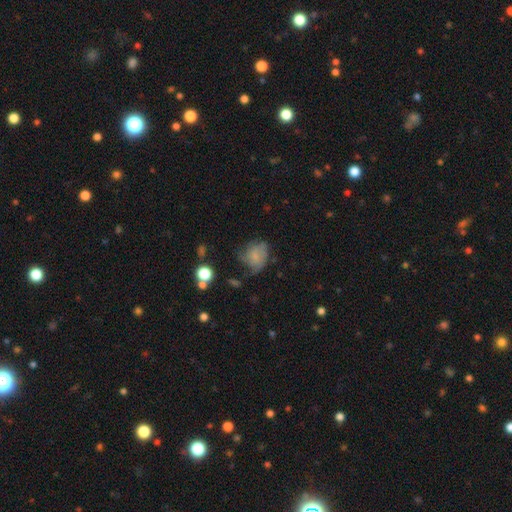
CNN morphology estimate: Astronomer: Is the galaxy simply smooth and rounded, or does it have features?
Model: smooth — 57%.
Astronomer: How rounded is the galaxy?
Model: round — 53% (runner-up: in between, 46%).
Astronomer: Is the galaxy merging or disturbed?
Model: none — 40% (runner-up: minor disturbance, 32%).